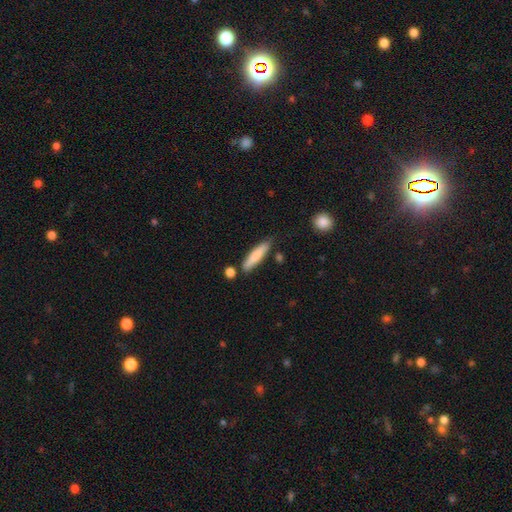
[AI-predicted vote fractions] Overall: smooth (79%). How rounded: cigar-shaped (80%). Merging: none (77%).